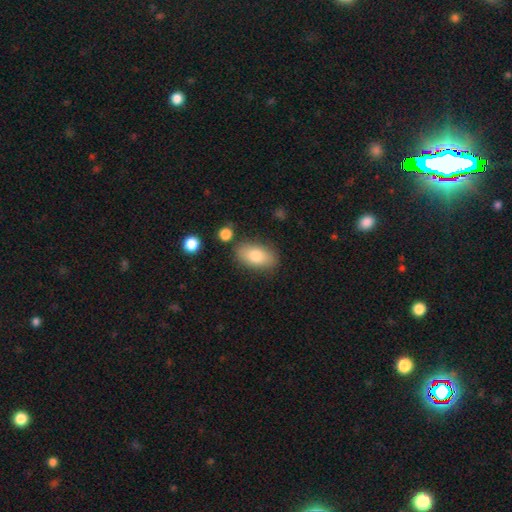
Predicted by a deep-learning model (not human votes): This is clearly a smooth galaxy (81%). How rounded: clearly in between (92%). Merging: clearly none (81%).